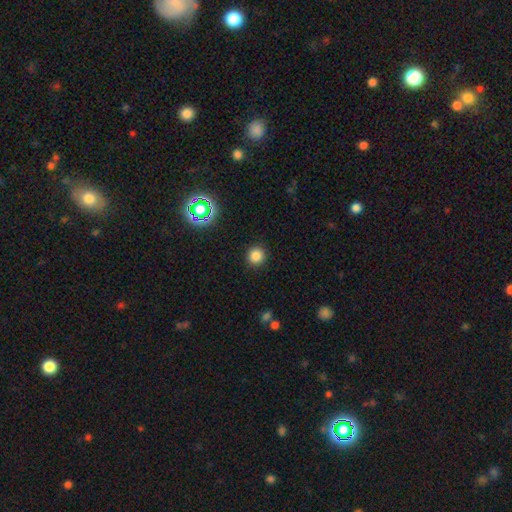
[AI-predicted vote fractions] smooth_or_featured: smooth (p=0.81) [alt: star or artifact p=0.14]
how_rounded: round (p=0.94) [alt: in between p=0.05]
merging: none (p=0.92) [alt: minor disturbance p=0.05]